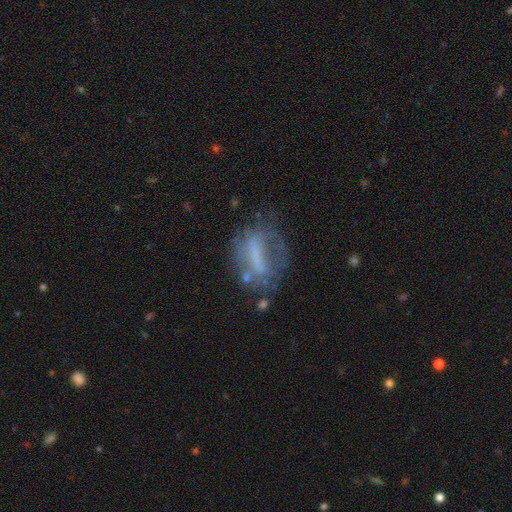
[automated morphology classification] Smooth or featured?
  - featured or disk: 51% *
  - smooth: 36%
  - star or artifact: 13%
Edge-on disk?
  - no: 88% *
  - yes: 12%
Merging?
  - none: 48% *
  - major disturbance: 23%
  - minor disturbance: 23%
  - merger: 6%